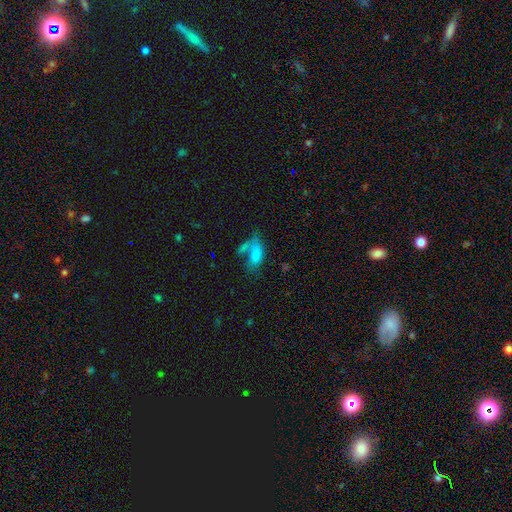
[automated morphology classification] smooth 69%, featured or disk 21%, star or artifact 10%. Down the decision tree: how rounded — in between (83%); merging — merger (37%).